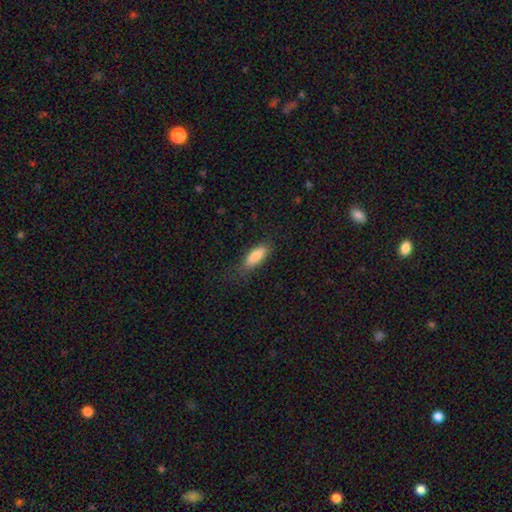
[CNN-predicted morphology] Smooth or featured: smooth — 83% (featured or disk — 10%)
How rounded: in between — 65% (cigar-shaped — 33%)
Merging: none — 72% (minor disturbance — 21%)